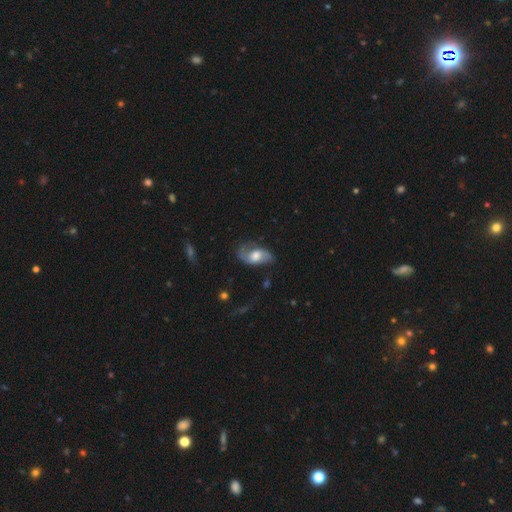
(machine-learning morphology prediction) This appears to be a featured or disk galaxy (59%) with no bar (56%), spiral arms (82%) and a moderate central bulge (54%). Merging: none (56%).